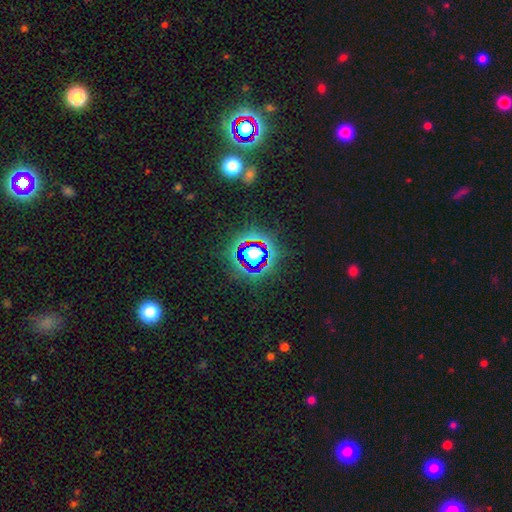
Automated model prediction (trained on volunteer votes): Morphology: type=star or artifact (73%).